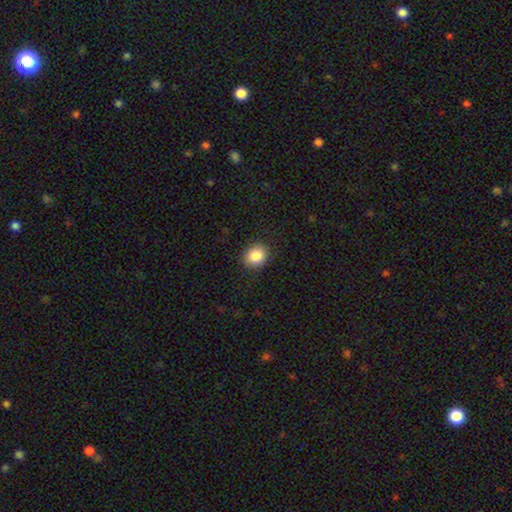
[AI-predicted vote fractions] Morphology: type=smooth (86%); roundness=round (70%); merging=none (89%).